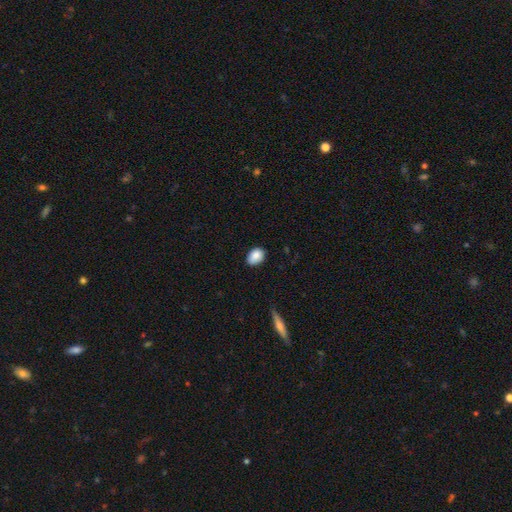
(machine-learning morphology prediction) Smooth or featured: smooth — 88% (star or artifact — 7%)
How rounded: in between — 78% (round — 21%)
Merging: none — 82% (minor disturbance — 15%)